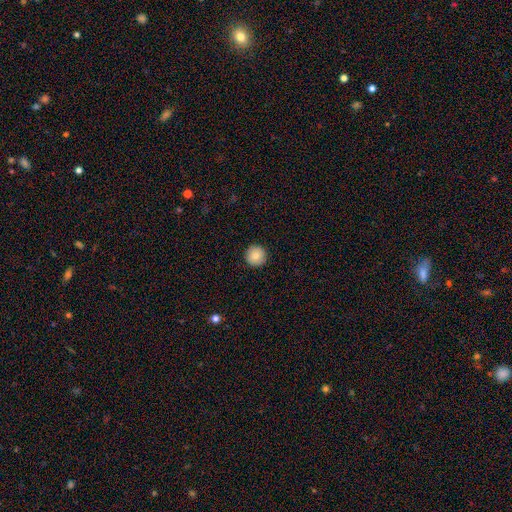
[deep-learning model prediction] Smooth or featured: smooth — 82% (featured or disk — 9%)
How rounded: round — 97% (in between — 2%)
Merging: none — 93% (minor disturbance — 5%)